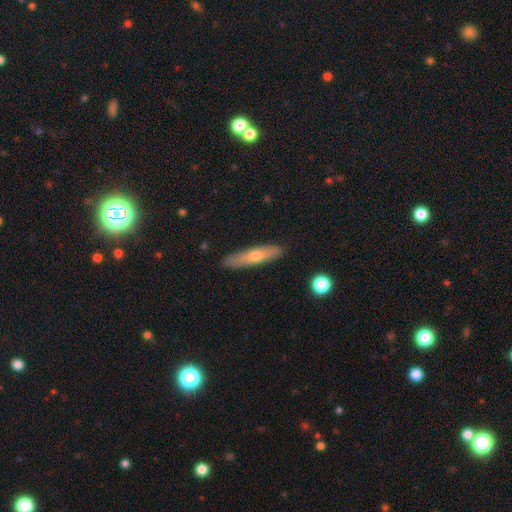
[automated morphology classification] Smooth or featured? Predicted: smooth (p=0.56). How rounded? Predicted: cigar-shaped (p=0.84). Merging? Predicted: none (p=0.87).